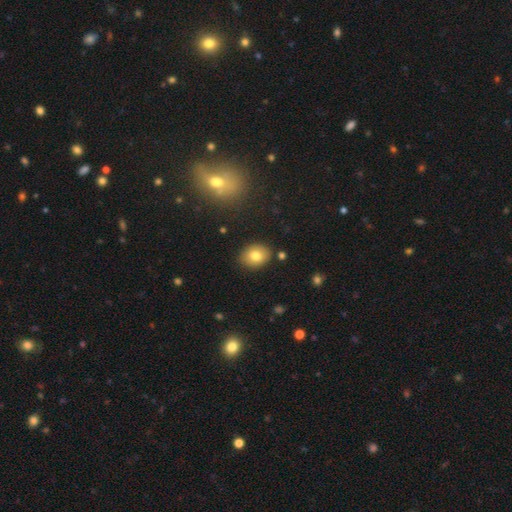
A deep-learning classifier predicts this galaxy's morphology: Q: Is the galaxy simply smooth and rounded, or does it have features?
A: smooth — 78%.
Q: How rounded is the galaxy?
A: in between — 61%.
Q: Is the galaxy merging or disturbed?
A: none — 86%.